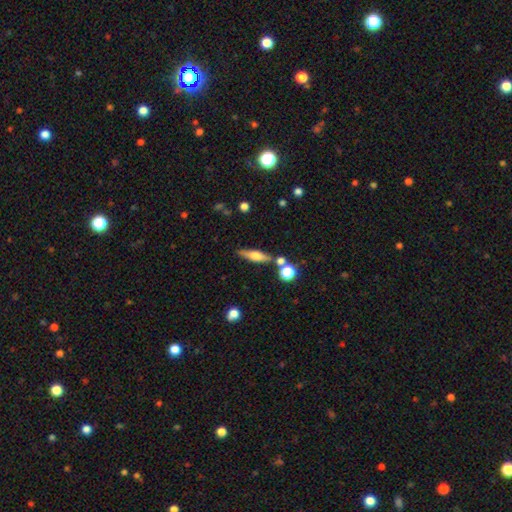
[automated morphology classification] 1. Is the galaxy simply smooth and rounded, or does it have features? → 49% featured or disk, 43% smooth, 8% star or artifact.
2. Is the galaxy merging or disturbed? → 77% none, 11% minor disturbance, 9% merger, 3% major disturbance.